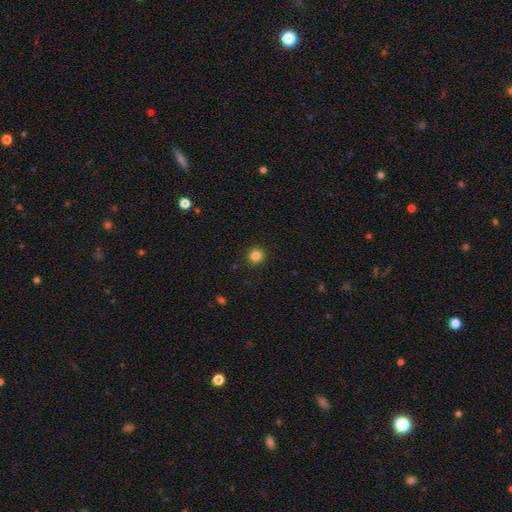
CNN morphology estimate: smooth_or_featured: smooth (p=0.84) [alt: star or artifact p=0.12]
how_rounded: round (p=0.92) [alt: in between p=0.07]
merging: none (p=0.92) [alt: minor disturbance p=0.05]